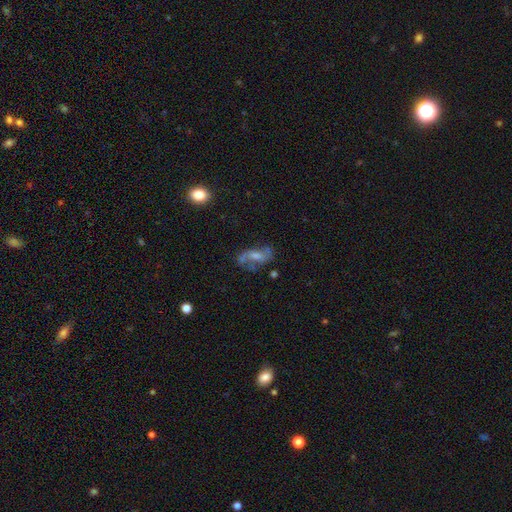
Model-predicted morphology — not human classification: featured or disk 66%, smooth 21%, star or artifact 13%. Down the decision tree: edge-on disk — no (92%); bar — no (45%); spiral arms — yes (80%); bulge size — small (41%); merging — none (60%).